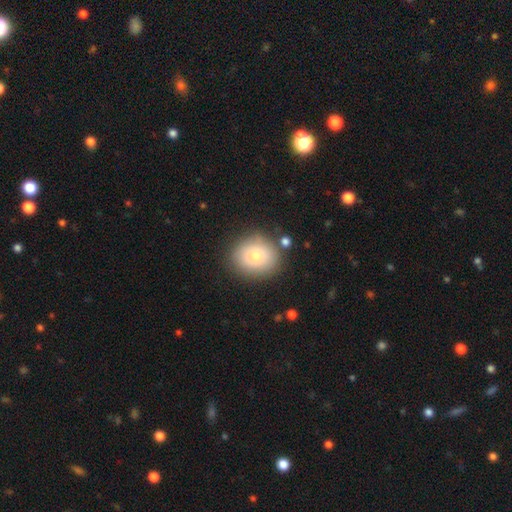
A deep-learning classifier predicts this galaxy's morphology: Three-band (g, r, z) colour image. It shows a smooth galaxy with no disk features (77%) that is round (76%). Merging: none (78%).